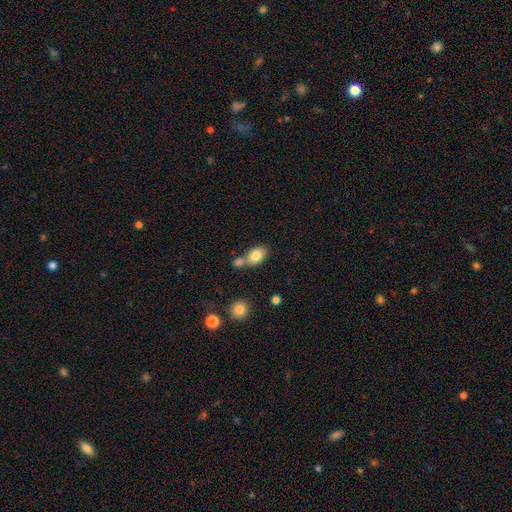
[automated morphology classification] This is clearly a smooth galaxy (81%). How rounded: clearly in between (84%). Merging: possibly none (48%).